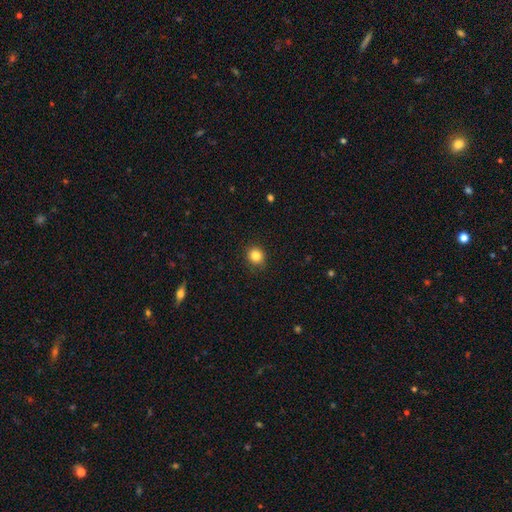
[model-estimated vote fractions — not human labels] The model was most divided on "how rounded": round: 83%, in between: 16%, cigar-shaped: 1%. More confident: merging — none (86%); smooth or featured — smooth (84%).